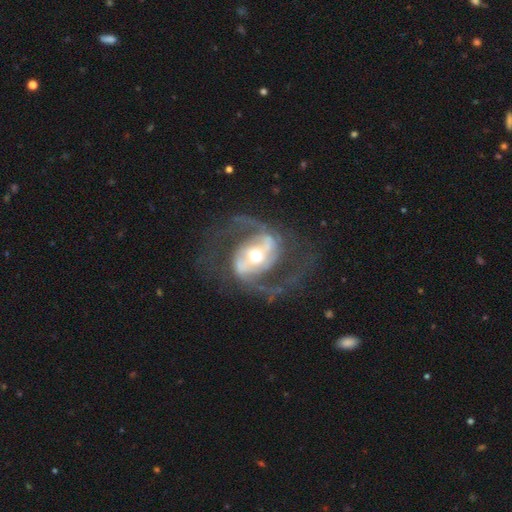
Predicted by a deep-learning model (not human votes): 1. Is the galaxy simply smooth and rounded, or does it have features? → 90% featured or disk, 5% smooth, 5% star or artifact.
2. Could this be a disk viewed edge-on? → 97% no, 3% yes.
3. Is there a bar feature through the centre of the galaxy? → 43% strong, 34% weak, 23% no.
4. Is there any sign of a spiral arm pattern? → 95% yes, 5% no.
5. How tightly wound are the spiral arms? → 55% medium, 30% loose, 16% tight.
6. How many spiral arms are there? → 90% 2, 3% can't tell, 3% 3, 2% 1, 1% 4, 1% more than 4.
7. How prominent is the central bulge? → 67% moderate, 20% small, 11% large, 1% dominant, 1% none.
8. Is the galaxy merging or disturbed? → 70% none, 15% major disturbance, 13% minor disturbance, 2% merger.